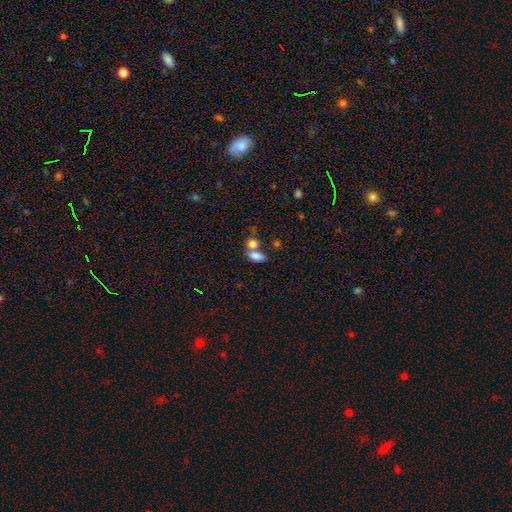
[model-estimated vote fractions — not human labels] Morphology: type=smooth (82%); roundness=in between (87%); merging=merger (49%).